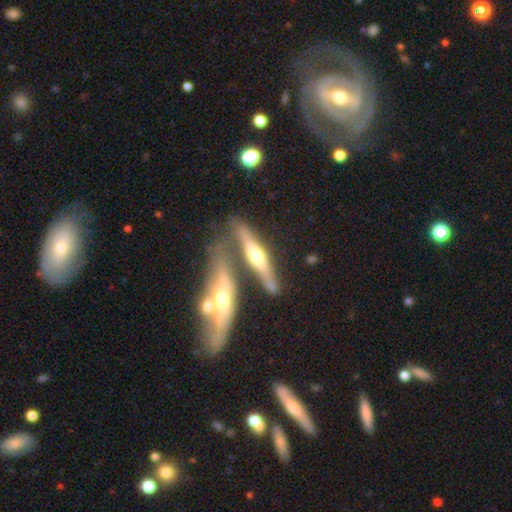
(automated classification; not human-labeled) Morphology: type=featured or disk (66%); edge-on=yes (89%); edge-on bulge=rounded (92%); merging=merger (41%).